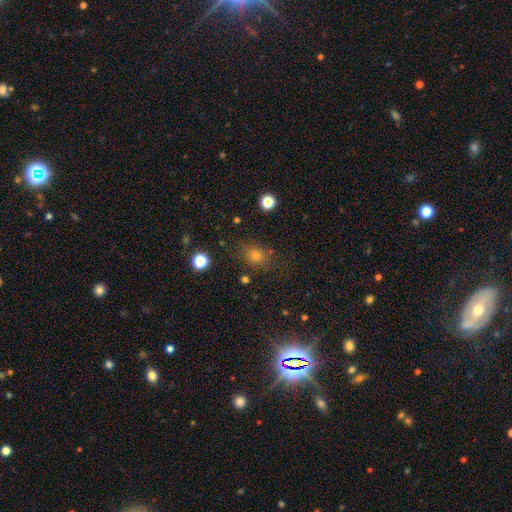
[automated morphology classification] Smooth or featured? Predicted: smooth (p=0.67). How rounded? Predicted: round (p=0.71). Merging? Predicted: none (p=0.77).